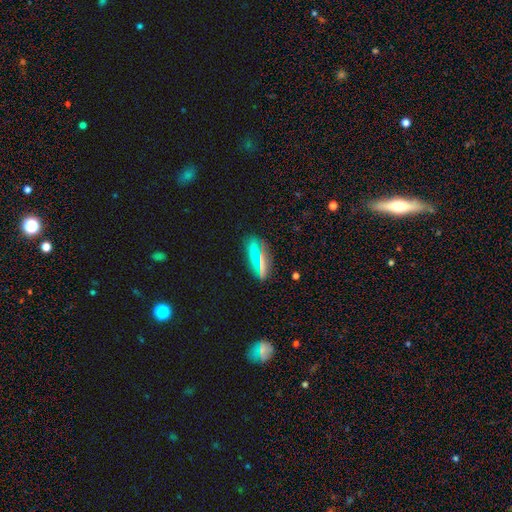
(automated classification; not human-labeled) Q: Smooth or featured?
A: smooth (62%); runner-up: star or artifact (24%)
Q: How rounded?
A: in between (67%); runner-up: cigar-shaped (23%)
Q: Merging?
A: none (78%); runner-up: minor disturbance (14%)